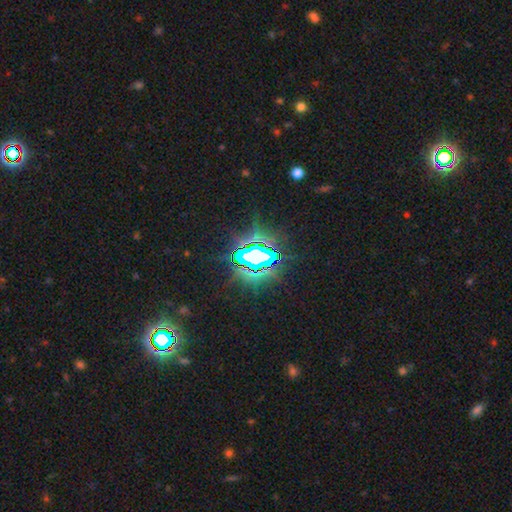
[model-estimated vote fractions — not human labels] Smooth or featured?
  - star or artifact: 81% *
  - featured or disk: 10%
  - smooth: 9%